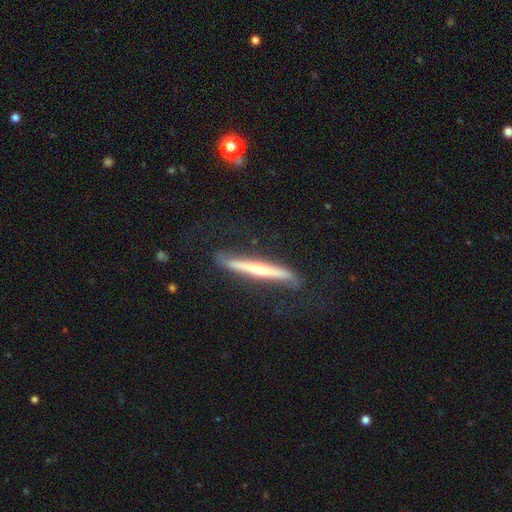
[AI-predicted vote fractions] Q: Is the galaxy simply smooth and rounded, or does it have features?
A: featured or disk — 67%.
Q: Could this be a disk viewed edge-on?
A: yes — 87%.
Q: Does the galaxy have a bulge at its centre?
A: rounded — 46%.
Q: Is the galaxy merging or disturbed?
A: none — 72%.